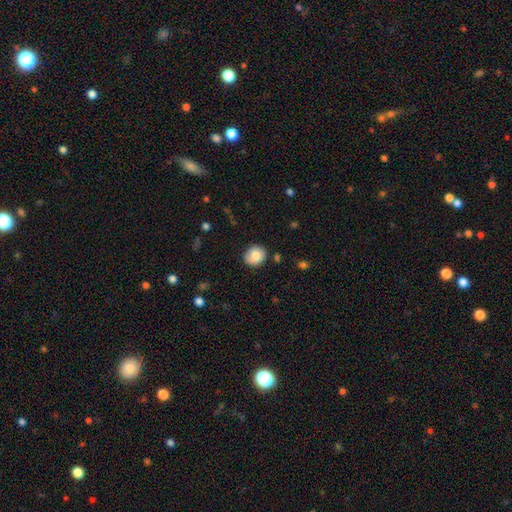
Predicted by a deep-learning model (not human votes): Q: Smooth or featured?
A: smooth (78%); runner-up: featured or disk (13%)
Q: How rounded?
A: round (81%); runner-up: in between (18%)
Q: Merging?
A: none (85%); runner-up: minor disturbance (11%)